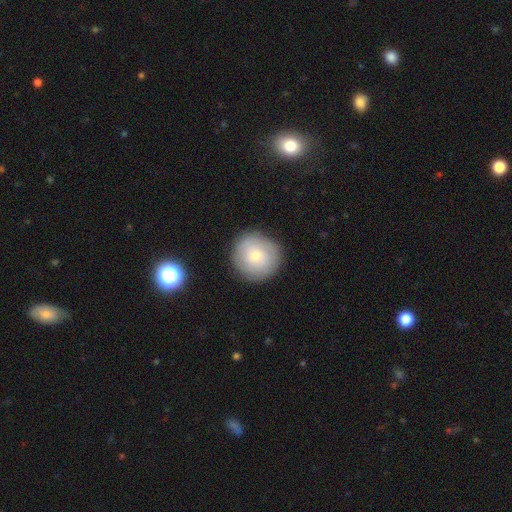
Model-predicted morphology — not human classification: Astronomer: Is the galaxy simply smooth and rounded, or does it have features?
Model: smooth — 56% (runner-up: featured or disk, 37%).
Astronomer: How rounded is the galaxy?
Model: round — 91%.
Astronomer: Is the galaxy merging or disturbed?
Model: none — 86%.